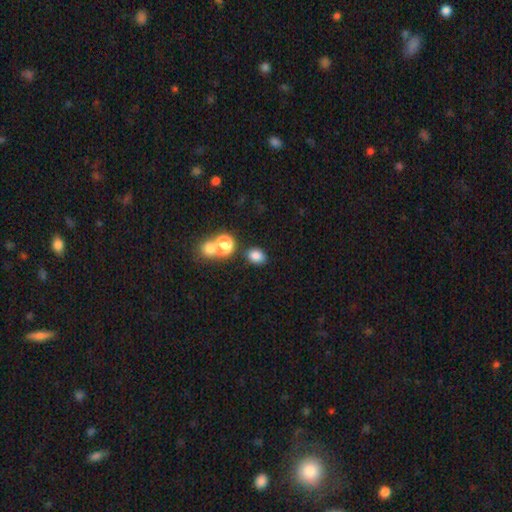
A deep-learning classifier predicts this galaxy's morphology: Q: Smooth or featured?
A: smooth (81%); runner-up: star or artifact (13%)
Q: How rounded?
A: in between (60%); runner-up: round (38%)
Q: Merging?
A: none (76%); runner-up: merger (10%)